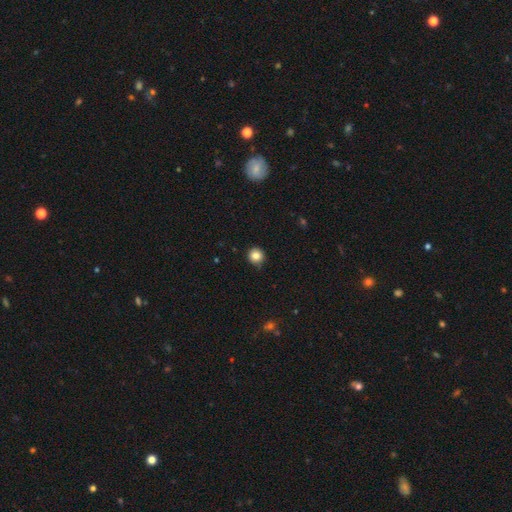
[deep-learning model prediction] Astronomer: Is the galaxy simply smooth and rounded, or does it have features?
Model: smooth — 83%.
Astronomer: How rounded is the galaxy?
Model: round — 93%.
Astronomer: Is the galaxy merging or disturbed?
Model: none — 86%.